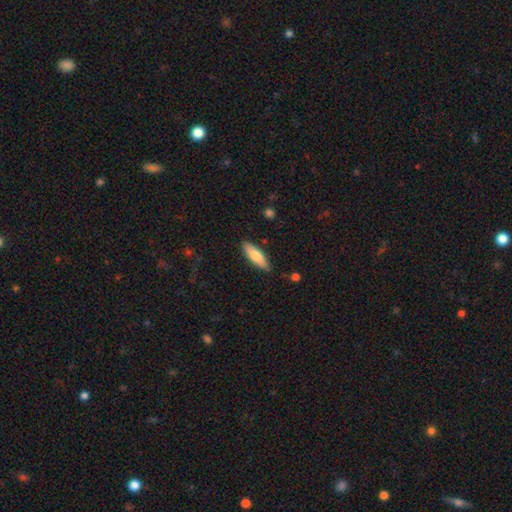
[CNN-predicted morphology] A smooth galaxy with no disk features (77%) that is cigar-shaped (50%).

Vote fractions:
- Smooth or featured? smooth: 77% / featured or disk: 18% / star or artifact: 5%
- How rounded? cigar-shaped: 50% / in between: 49% / round: 2%
- Merging? none: 86% / minor disturbance: 10% / major disturbance: 2% / merger: 1%